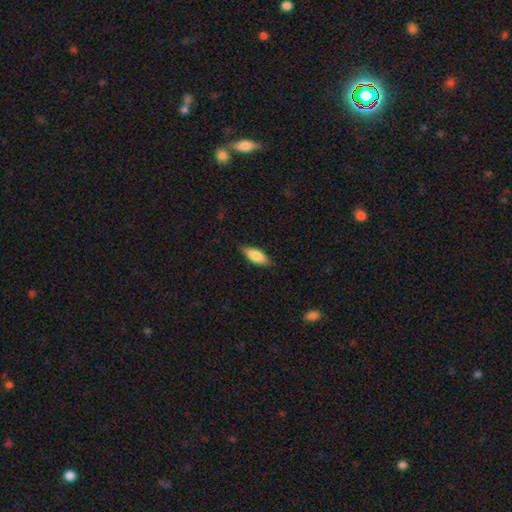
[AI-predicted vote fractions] Q: Smooth or featured?
A: smooth (79%); runner-up: featured or disk (15%)
Q: How rounded?
A: in between (69%); runner-up: cigar-shaped (29%)
Q: Merging?
A: none (86%); runner-up: minor disturbance (11%)